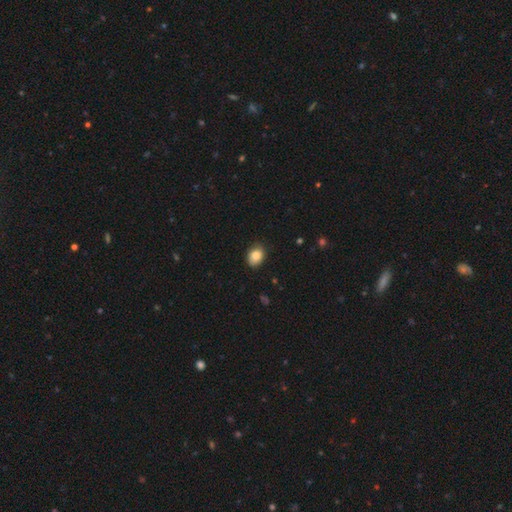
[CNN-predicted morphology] Smooth or featured? Predicted: smooth (p=0.86). How rounded? Predicted: in between (p=0.70). Merging? Predicted: none (p=0.81).